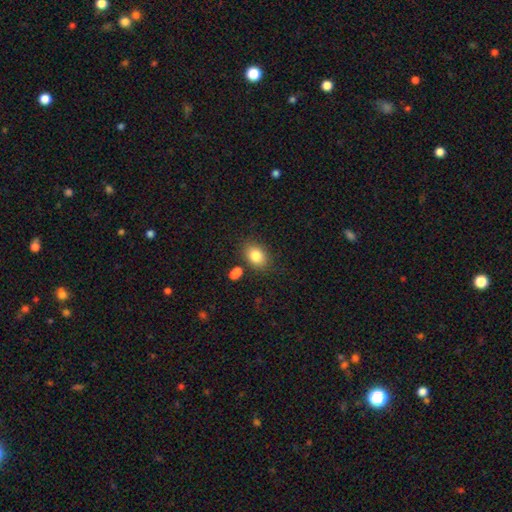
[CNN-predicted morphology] Smooth or featured? smooth (83%)
How rounded? in between (66%)
Merging? none (78%)